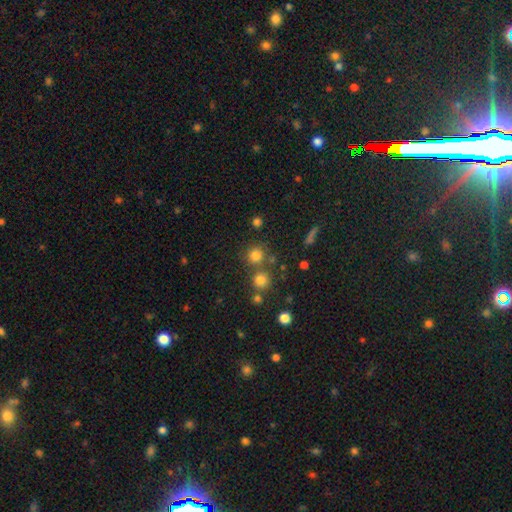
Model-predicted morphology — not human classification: Q: Smooth or featured?
A: smooth (77%); runner-up: star or artifact (16%)
Q: How rounded?
A: round (91%); runner-up: in between (8%)
Q: Merging?
A: none (69%); runner-up: merger (19%)